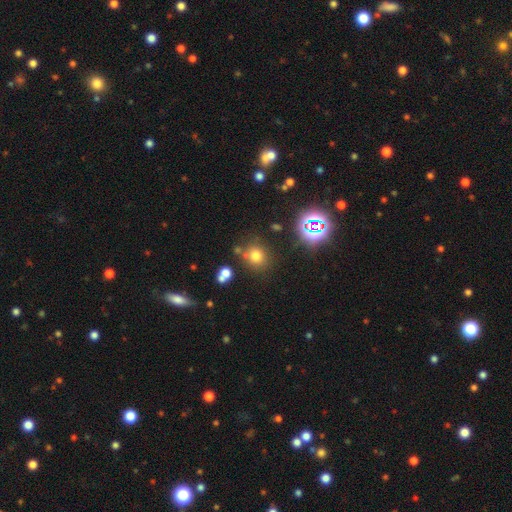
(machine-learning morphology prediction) type=smooth (69%); roundness=round (82%); merging=none (74%).